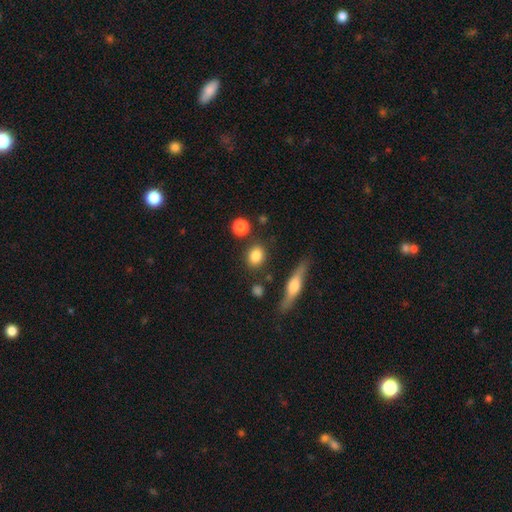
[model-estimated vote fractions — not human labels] Overall: smooth (83%). How rounded: round (58%; in between 39%). Merging: none (82%).